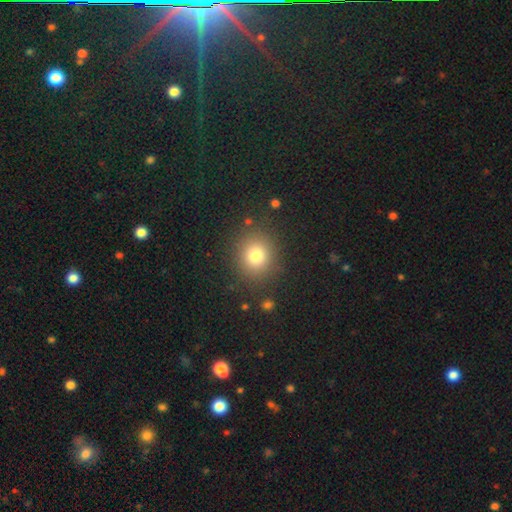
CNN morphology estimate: The model was most divided on "how rounded": round: 81%, in between: 18%, cigar-shaped: 1%. More confident: merging — none (87%); smooth or featured — smooth (78%).